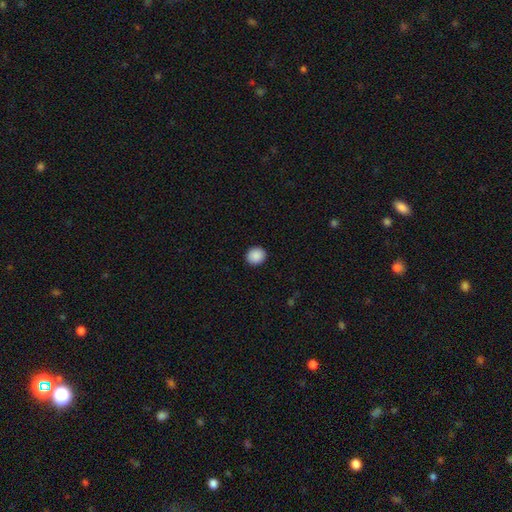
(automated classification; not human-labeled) A smooth galaxy with no disk features (89%) that is round (83%).

Vote fractions:
- Smooth or featured? smooth: 89% / star or artifact: 8% / featured or disk: 2%
- How rounded? round: 83% / in between: 16% / cigar-shaped: 1%
- Merging? none: 92% / minor disturbance: 5% / major disturbance: 2% / merger: 1%